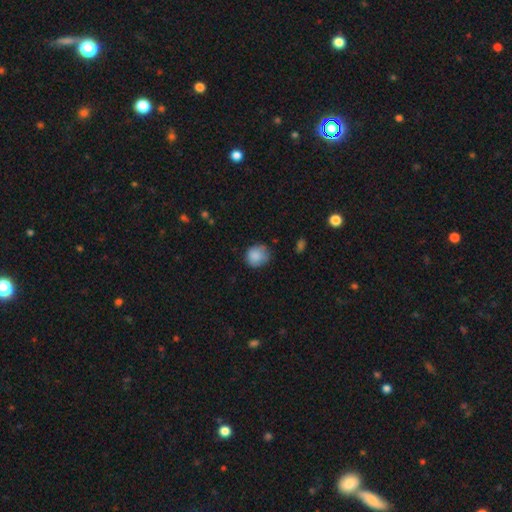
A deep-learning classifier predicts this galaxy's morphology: smooth-or-featured: smooth: 86% | star or artifact: 8% | featured or disk: 6%
  how-rounded: round: 82% | in between: 17% | cigar-shaped: 1%
  merging: none: 68% | minor disturbance: 25% | major disturbance: 5% | merger: 2%